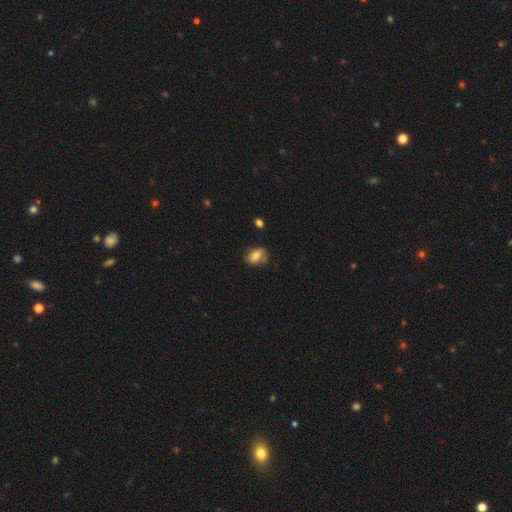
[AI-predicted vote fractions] Morphology: type=smooth (61%); roundness=in between (70%); merging=none (63%).